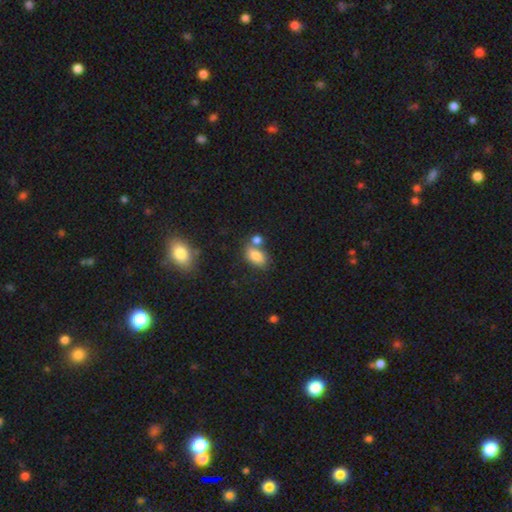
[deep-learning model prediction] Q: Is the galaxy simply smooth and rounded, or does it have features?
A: smooth — 82%.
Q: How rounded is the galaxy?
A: in between — 88%.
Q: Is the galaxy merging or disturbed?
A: none — 51%.